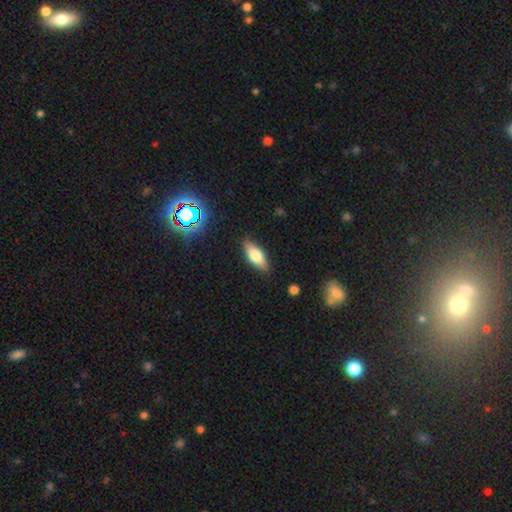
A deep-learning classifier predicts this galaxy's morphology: Smooth or featured? Predicted: smooth (p=0.66). How rounded? Predicted: in between (p=0.71). Merging? Predicted: none (p=0.84).